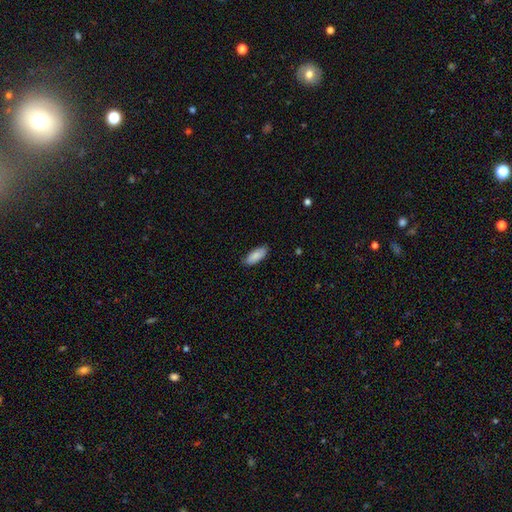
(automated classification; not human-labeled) Smooth or featured: smooth — 88% (star or artifact — 6%)
How rounded: in between — 82% (cigar-shaped — 16%)
Merging: none — 85% (minor disturbance — 11%)